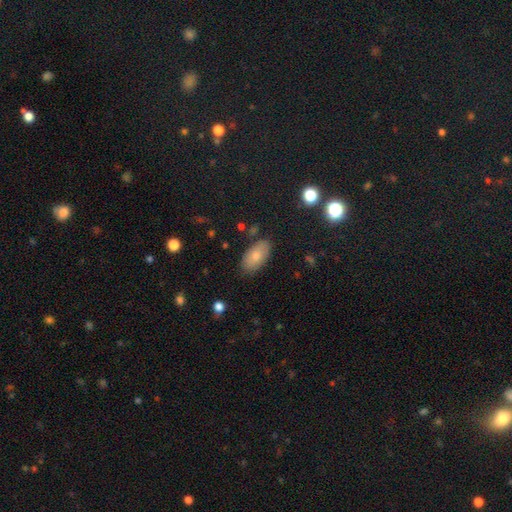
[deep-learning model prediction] smooth_or_featured: smooth (p=0.75) [alt: featured or disk p=0.17]
how_rounded: in between (p=0.93) [alt: round p=0.04]
merging: none (p=0.81) [alt: minor disturbance p=0.14]